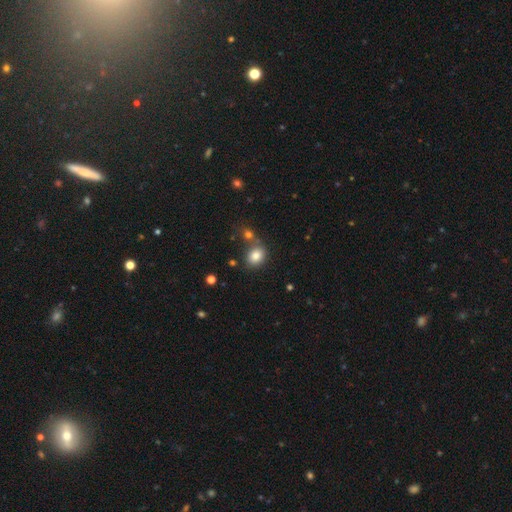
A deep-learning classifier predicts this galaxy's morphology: type=smooth (81%); roundness=round (51%); merging=none (67%).